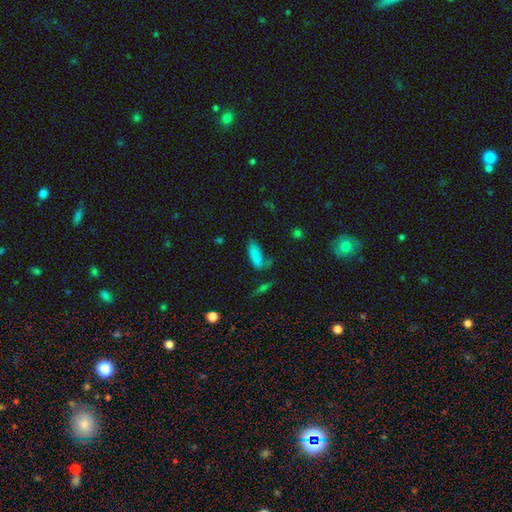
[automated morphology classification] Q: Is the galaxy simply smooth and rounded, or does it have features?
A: smooth — 80%.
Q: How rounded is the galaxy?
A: in between — 68%.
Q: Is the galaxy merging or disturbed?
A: none — 52%.